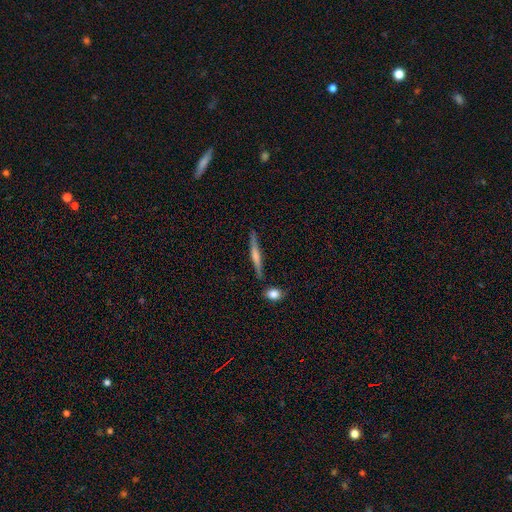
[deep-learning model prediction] Overall: featured or disk (53%; smooth 41%). Edge-on disk: yes (97%). Edge-on bulge: rounded (50%; none 28%). Merging: none (83%).